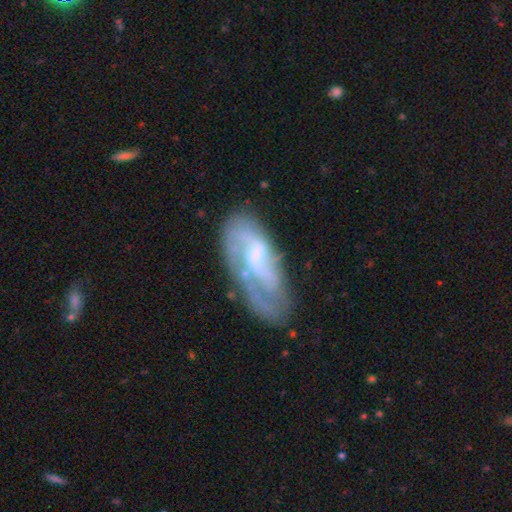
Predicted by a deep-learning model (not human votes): Smooth or featured? Predicted: featured or disk (p=0.69). Edge-on disk? Predicted: no (p=0.93). Bar? Predicted: weak (p=0.45). Spiral arms? Predicted: yes (p=0.77). Bulge size? Predicted: small (p=0.45). Merging? Predicted: none (p=0.50).